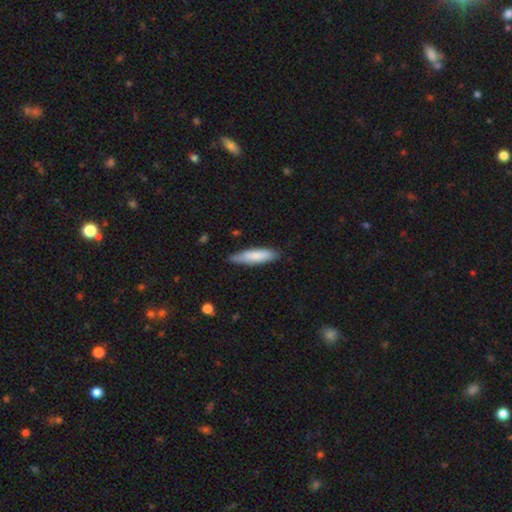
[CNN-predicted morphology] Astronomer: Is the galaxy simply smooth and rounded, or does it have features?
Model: smooth — 80%.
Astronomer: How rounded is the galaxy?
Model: cigar-shaped — 71%.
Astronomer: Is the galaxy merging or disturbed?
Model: none — 76%.